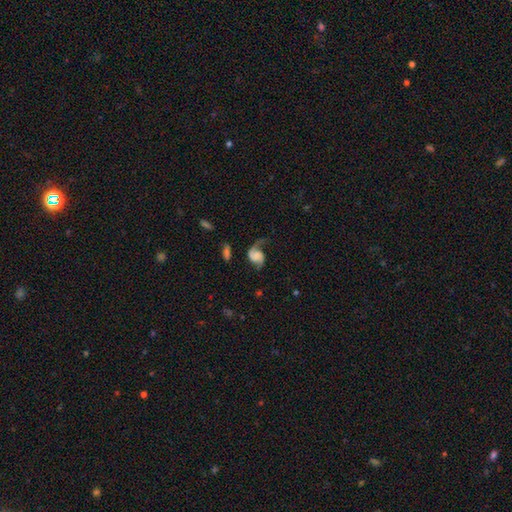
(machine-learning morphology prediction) Smooth or featured? Predicted: featured or disk (p=0.74). Edge-on disk? Predicted: no (p=0.98). Bar? Predicted: no (p=0.63). Spiral arms? Predicted: yes (p=0.94). Spiral winding? Predicted: loose (p=0.61). Spiral arm count? Predicted: 2 (p=0.64). Bulge size? Predicted: none (p=0.43). Merging? Predicted: none (p=0.44).